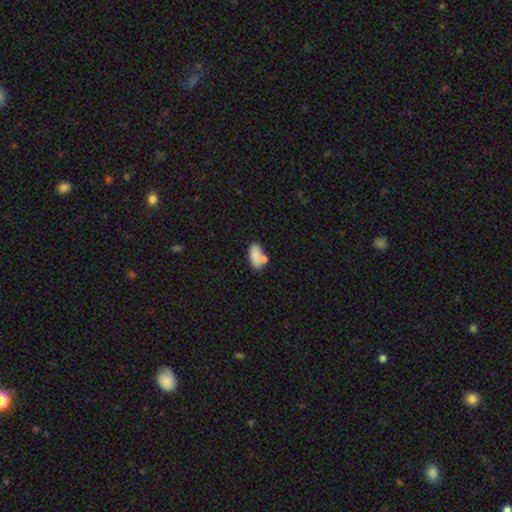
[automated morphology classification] Smooth or featured? smooth (81%)
How rounded? in between (90%)
Merging? none (54%)